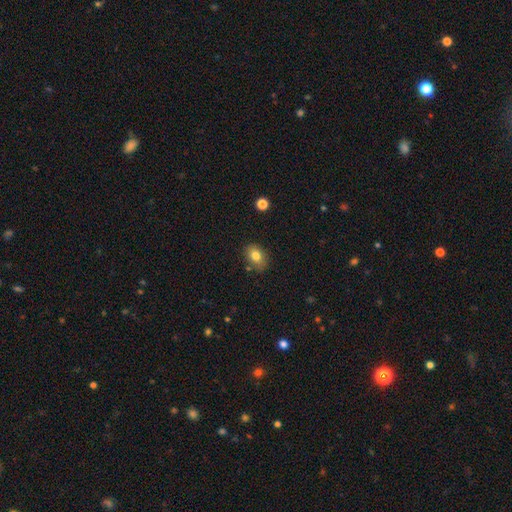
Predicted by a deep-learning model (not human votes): This appears to be a smooth galaxy with no disk features (80%) that is in between round and cigar-shaped (79%). Merging: none (79%).